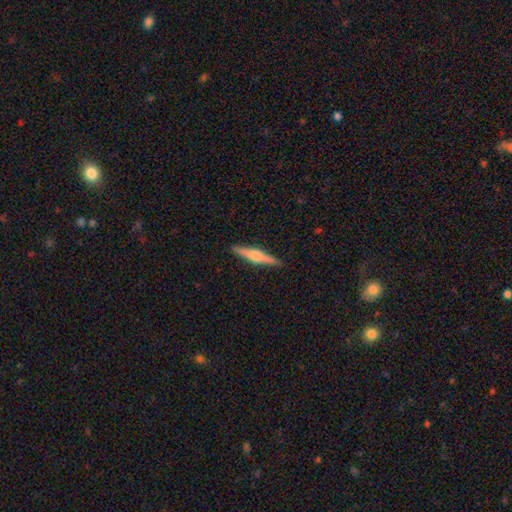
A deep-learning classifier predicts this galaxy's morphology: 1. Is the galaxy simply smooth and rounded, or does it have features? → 64% featured or disk, 30% smooth, 6% star or artifact.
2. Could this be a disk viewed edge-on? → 98% yes, 2% no.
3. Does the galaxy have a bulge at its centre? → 83% rounded, 12% boxy, 5% none.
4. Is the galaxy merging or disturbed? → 91% none, 7% minor disturbance, 1% major disturbance, 1% merger.